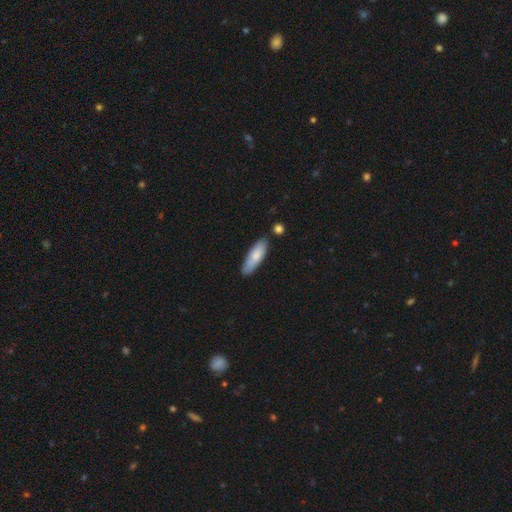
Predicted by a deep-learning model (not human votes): smooth-or-featured: smooth: 77% | featured or disk: 18% | star or artifact: 5%
  how-rounded: in between: 52% | cigar-shaped: 46% | round: 2%
  merging: none: 74% | minor disturbance: 17% | merger: 6% | major disturbance: 3%